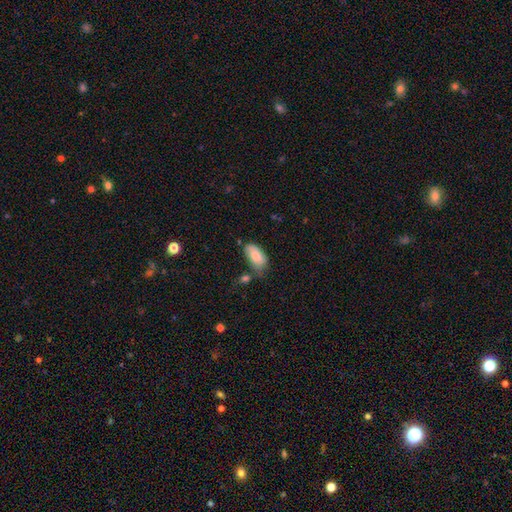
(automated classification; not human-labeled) A smooth galaxy with no disk features (81%) that is in between round and cigar-shaped (94%).

Vote fractions:
- Smooth or featured? smooth: 81% / featured or disk: 12% / star or artifact: 7%
- How rounded? in between: 94% / cigar-shaped: 3% / round: 3%
- Merging? none: 49% / minor disturbance: 33% / merger: 9% / major disturbance: 9%